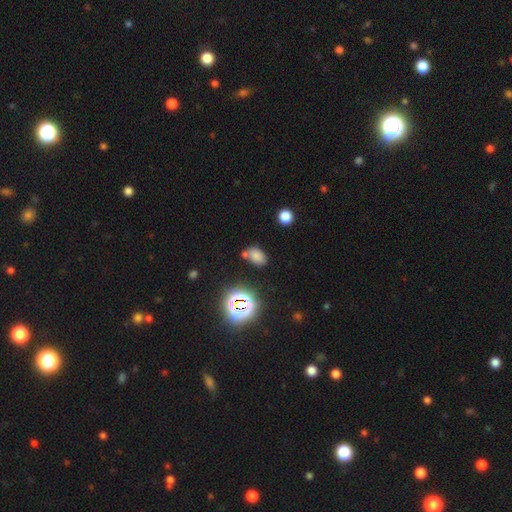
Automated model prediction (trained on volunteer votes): smooth 70%, star or artifact 21%, featured or disk 9%. Down the decision tree: how rounded — in between (85%); merging — none (63%).